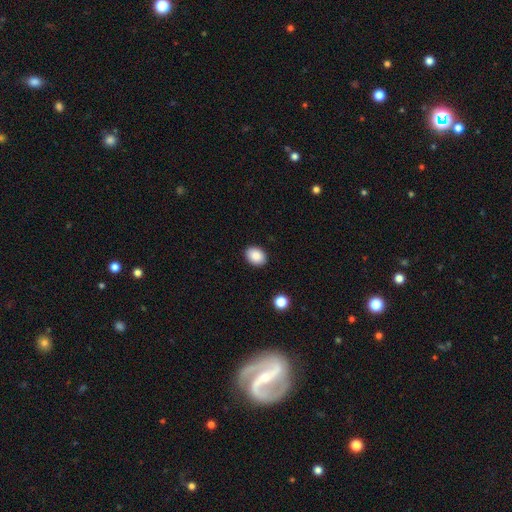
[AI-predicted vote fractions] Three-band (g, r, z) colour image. It shows a smooth galaxy with no disk features (88%) that is in between round and cigar-shaped (69%). Merging: none (89%).